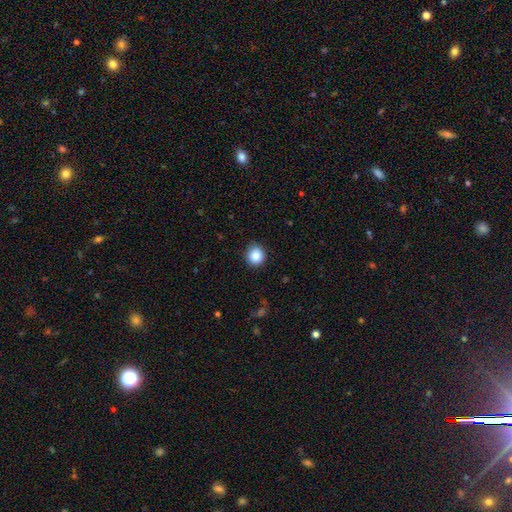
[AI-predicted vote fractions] smooth-or-featured: smooth: 87% | star or artifact: 9% | featured or disk: 4%
  how-rounded: round: 90% | in between: 9% | cigar-shaped: 1%
  merging: none: 88% | minor disturbance: 8% | major disturbance: 2% | merger: 1%